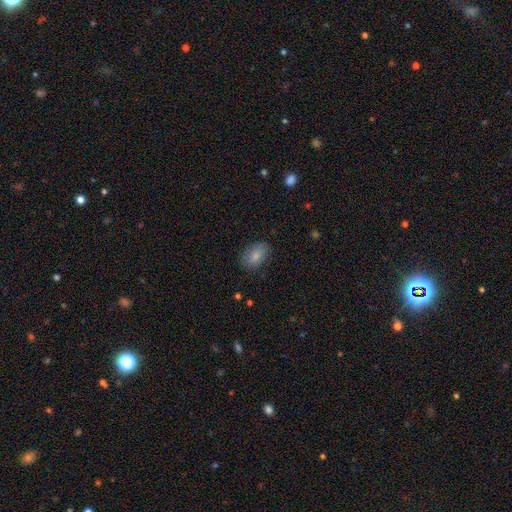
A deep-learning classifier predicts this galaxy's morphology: This is clearly a smooth galaxy (82%). How rounded: clearly in between (89%). Merging: clearly none (82%).